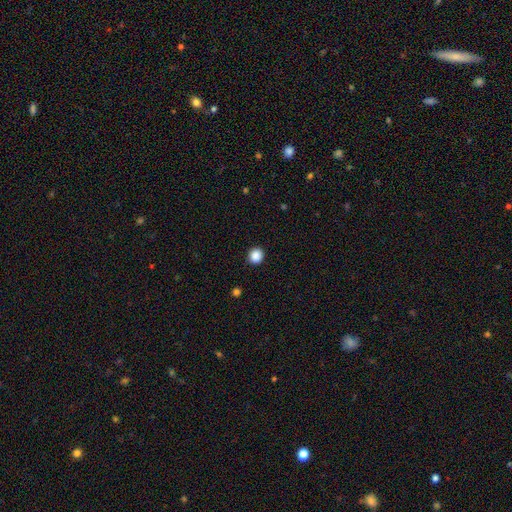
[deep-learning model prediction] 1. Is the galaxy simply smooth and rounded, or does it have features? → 88% smooth, 10% star or artifact, 3% featured or disk.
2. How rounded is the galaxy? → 89% round, 11% in between, 1% cigar-shaped.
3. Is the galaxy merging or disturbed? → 92% none, 5% minor disturbance, 2% major disturbance, 1% merger.